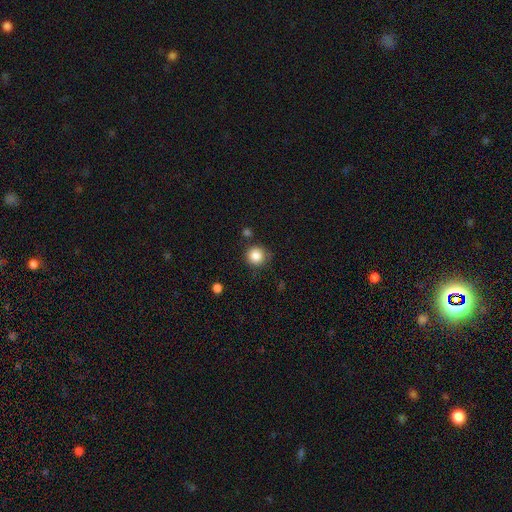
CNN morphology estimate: Smooth or featured? Predicted: smooth (p=0.85). How rounded? Predicted: round (p=0.94). Merging? Predicted: none (p=0.81).